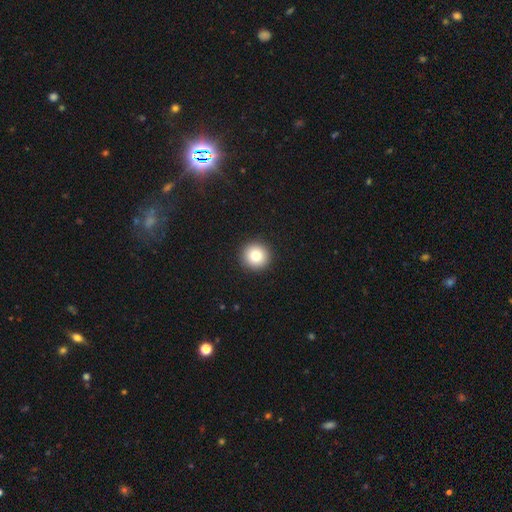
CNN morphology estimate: Smooth or featured?
  - smooth: 81% *
  - star or artifact: 10%
  - featured or disk: 9%
How rounded?
  - round: 95% *
  - in between: 4%
  - cigar-shaped: 1%
Merging?
  - none: 93% *
  - minor disturbance: 4%
  - major disturbance: 2%
  - merger: 1%